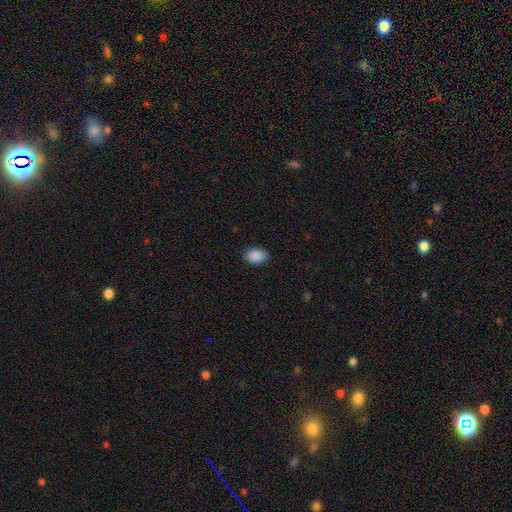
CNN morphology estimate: smooth 89%, star or artifact 8%, featured or disk 3%. Down the decision tree: how rounded — in between (78%); merging — none (85%).